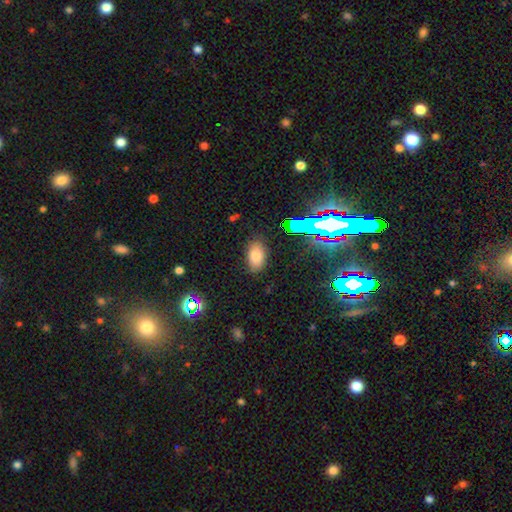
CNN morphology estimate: This is likely a smooth galaxy (78%). How rounded: clearly in between (91%). Merging: clearly none (84%).